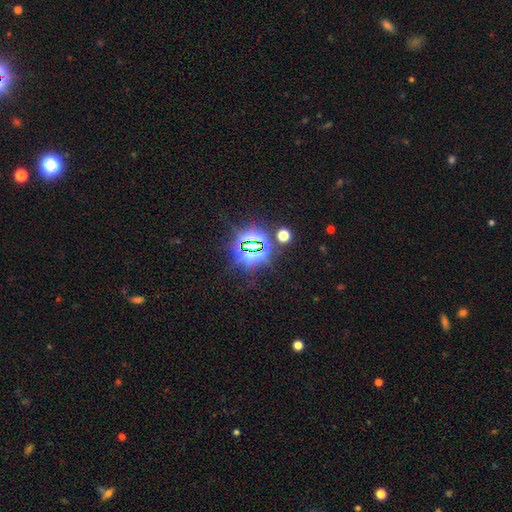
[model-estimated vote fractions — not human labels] Morphology: type=star or artifact (84%).